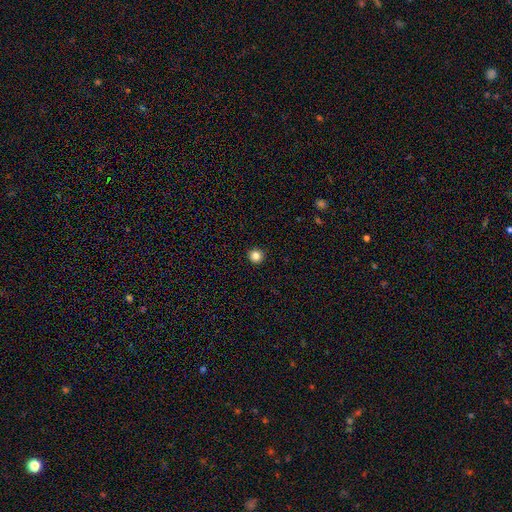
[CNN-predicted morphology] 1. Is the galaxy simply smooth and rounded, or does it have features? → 84% smooth, 12% star or artifact, 4% featured or disk.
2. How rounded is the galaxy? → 96% round, 3% in between, 1% cigar-shaped.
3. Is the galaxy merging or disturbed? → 94% none, 4% minor disturbance, 1% major disturbance, 1% merger.